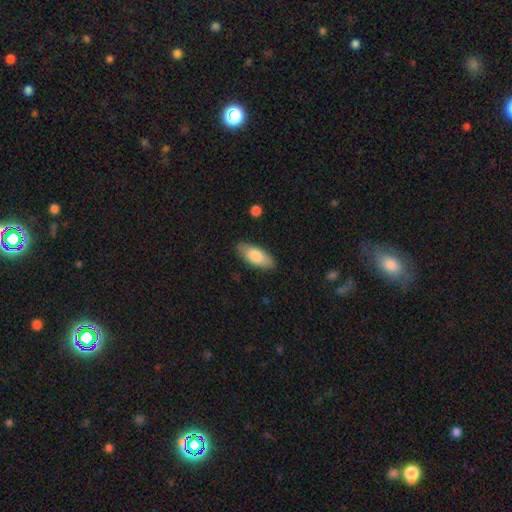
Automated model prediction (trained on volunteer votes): smooth 80%, featured or disk 14%, star or artifact 6%. Down the decision tree: how rounded — in between (83%); merging — none (85%).